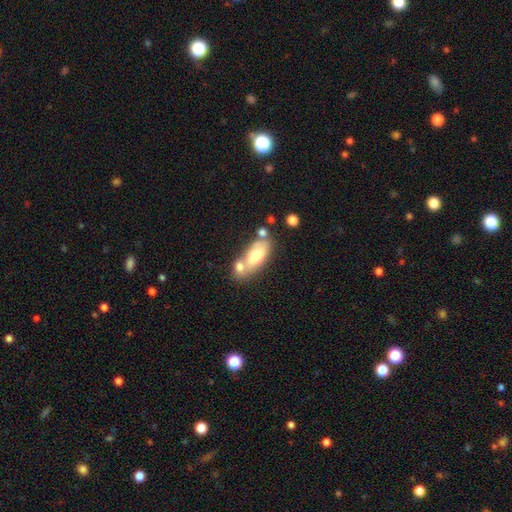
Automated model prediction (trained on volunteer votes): smooth 67%, featured or disk 27%, star or artifact 7%. Down the decision tree: how rounded — in between (83%); merging — merger (43%).